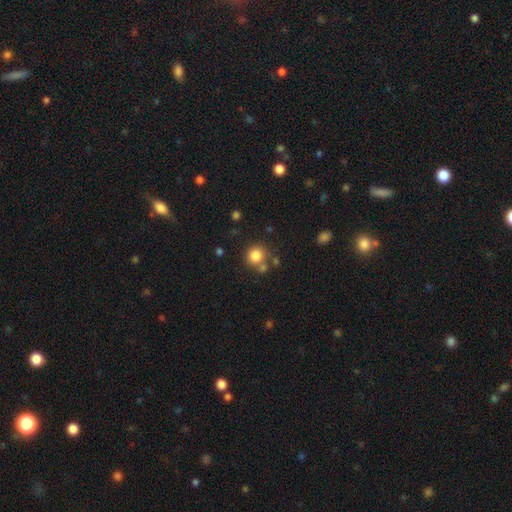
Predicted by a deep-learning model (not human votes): Smooth or featured: smooth — 82% (star or artifact — 11%)
How rounded: round — 88% (in between — 11%)
Merging: none — 69% (merger — 16%)